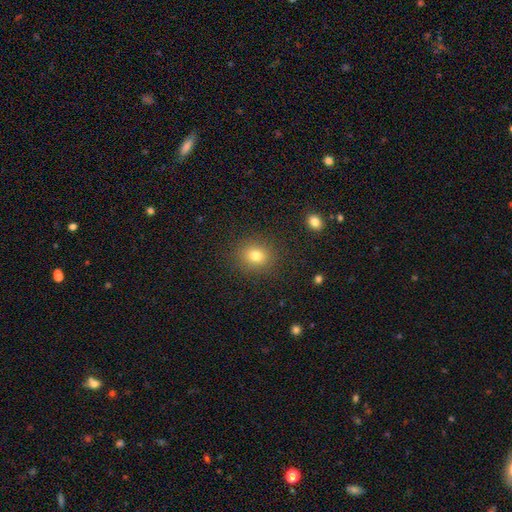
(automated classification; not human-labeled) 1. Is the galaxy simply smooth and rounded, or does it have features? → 79% smooth, 14% star or artifact, 8% featured or disk.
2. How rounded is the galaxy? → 75% round, 24% in between, 1% cigar-shaped.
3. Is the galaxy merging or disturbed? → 89% none, 7% minor disturbance, 3% major disturbance, 1% merger.